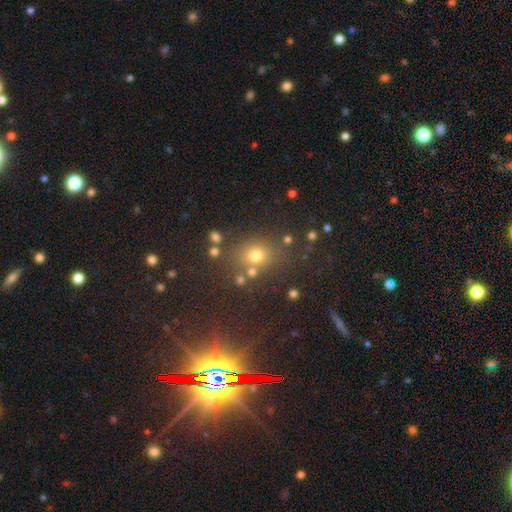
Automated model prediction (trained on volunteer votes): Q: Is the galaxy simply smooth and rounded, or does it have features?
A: smooth — 69%.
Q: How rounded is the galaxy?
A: round — 73%.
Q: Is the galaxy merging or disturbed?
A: none — 73%.